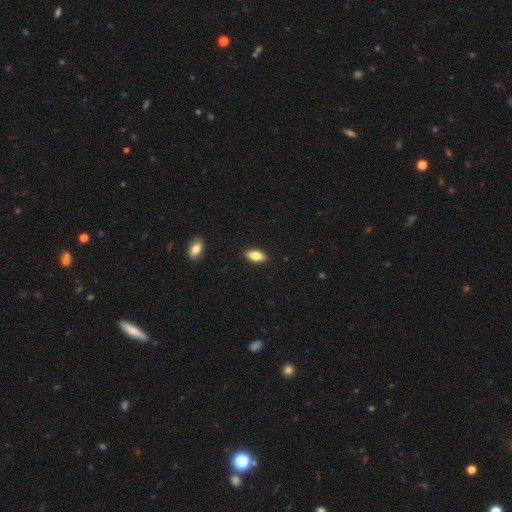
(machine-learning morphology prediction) smooth 75%, featured or disk 18%, star or artifact 7%. Down the decision tree: how rounded — in between (84%); merging — none (90%).